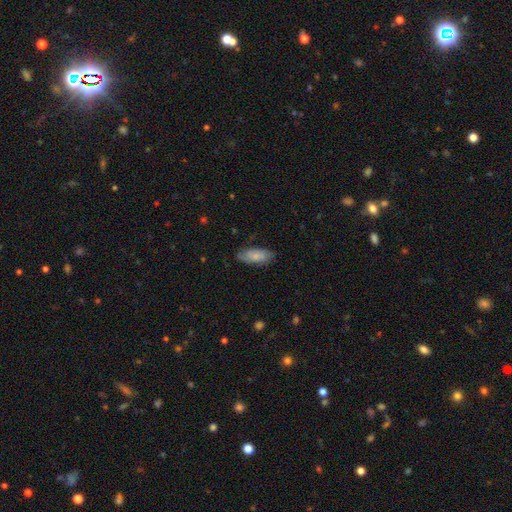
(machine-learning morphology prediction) smooth-or-featured: smooth: 72% | featured or disk: 22% | star or artifact: 6%
  how-rounded: in between: 83% | cigar-shaped: 15% | round: 2%
  merging: none: 75% | minor disturbance: 20% | major disturbance: 4% | merger: 1%